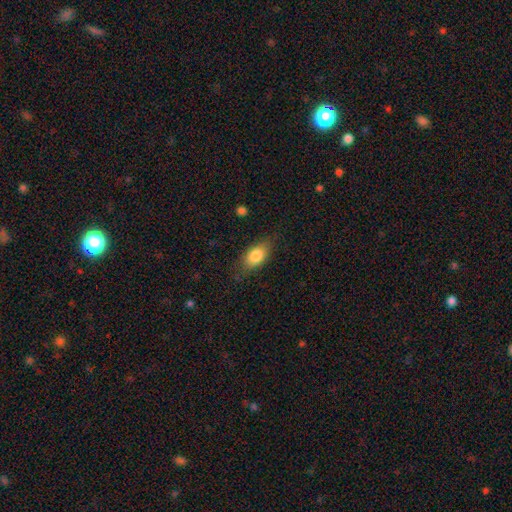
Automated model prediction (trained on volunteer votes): Smooth or featured? smooth (82%)
How rounded? in between (86%)
Merging? none (76%)